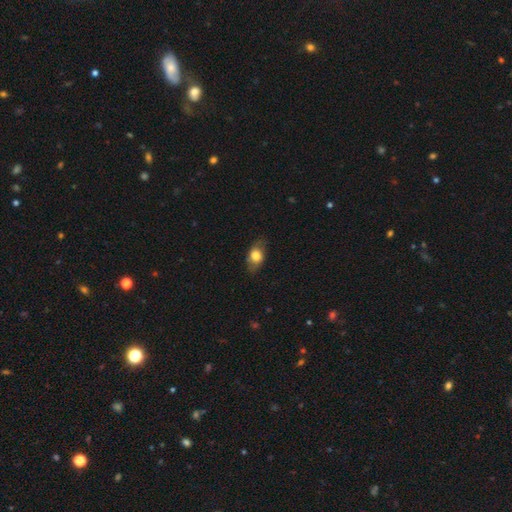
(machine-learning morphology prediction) This is likely a smooth galaxy (73%). How rounded: clearly in between (81%). Merging: likely none (77%).